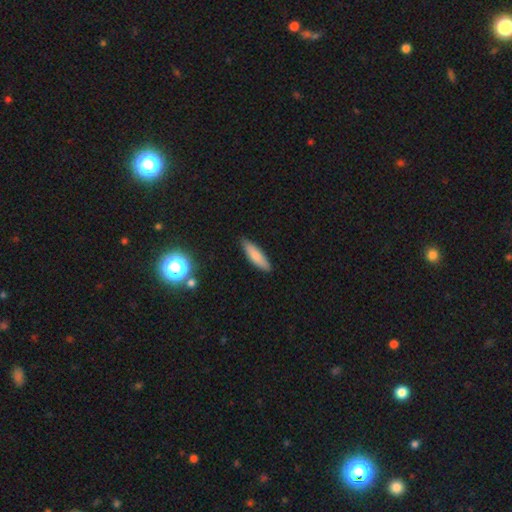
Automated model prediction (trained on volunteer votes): Smooth or featured? smooth (81%)
How rounded? cigar-shaped (61%)
Merging? none (84%)